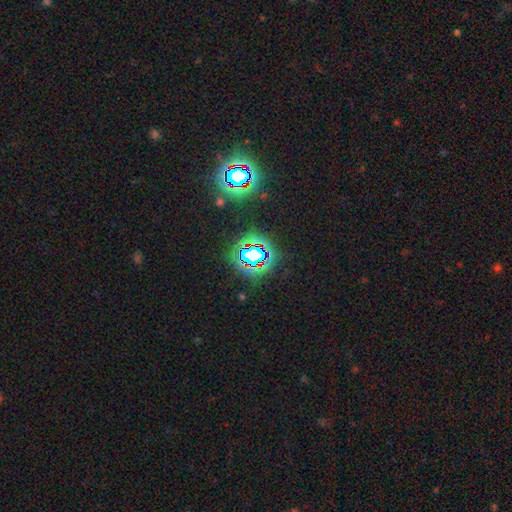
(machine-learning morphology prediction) star or artifact 80%, smooth 13%, featured or disk 8%.